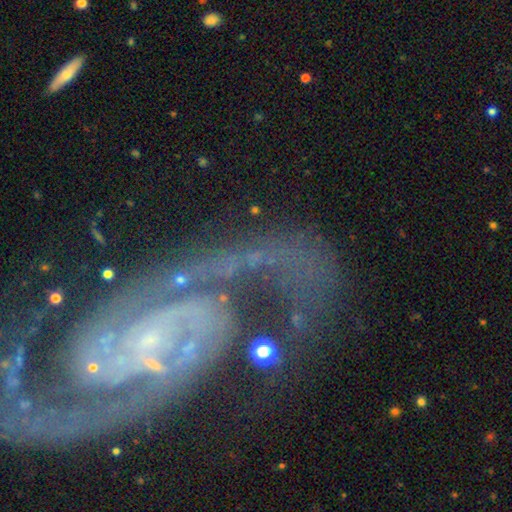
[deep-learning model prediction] smooth-or-featured: featured or disk: 47% | star or artifact: 28% | smooth: 24%
  merging: none: 41% | major disturbance: 25% | minor disturbance: 17% | merger: 16%